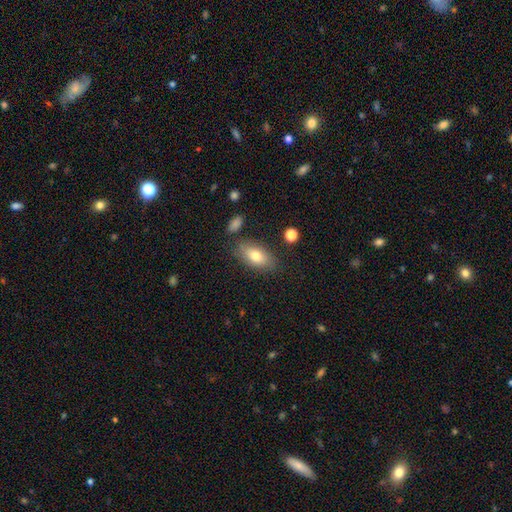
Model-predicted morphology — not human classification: Smooth or featured? Predicted: smooth (p=0.74). How rounded? Predicted: in between (p=0.88). Merging? Predicted: none (p=0.77).